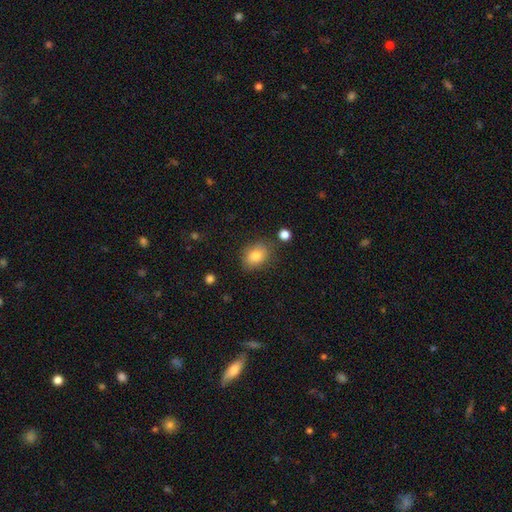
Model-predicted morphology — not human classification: Q: Smooth or featured?
A: smooth (82%); runner-up: featured or disk (10%)
Q: How rounded?
A: in between (68%); runner-up: round (31%)
Q: Merging?
A: none (78%); runner-up: minor disturbance (15%)